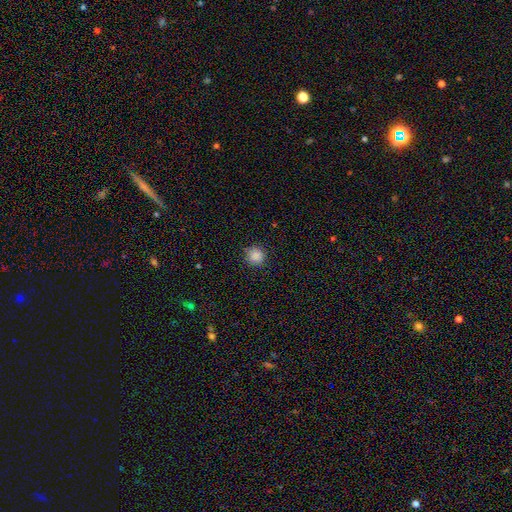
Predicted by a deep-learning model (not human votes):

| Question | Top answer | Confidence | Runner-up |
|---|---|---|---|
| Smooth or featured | smooth | 87% | star or artifact (10%) |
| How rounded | round | 94% | in between (5%) |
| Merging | none | 88% | minor disturbance (8%) |